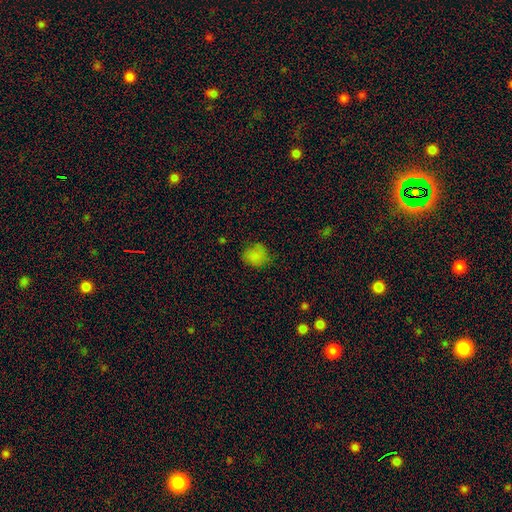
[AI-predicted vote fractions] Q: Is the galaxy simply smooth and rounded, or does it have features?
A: smooth — 81%.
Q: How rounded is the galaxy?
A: round — 74%.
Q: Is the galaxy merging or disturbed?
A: none — 71%.